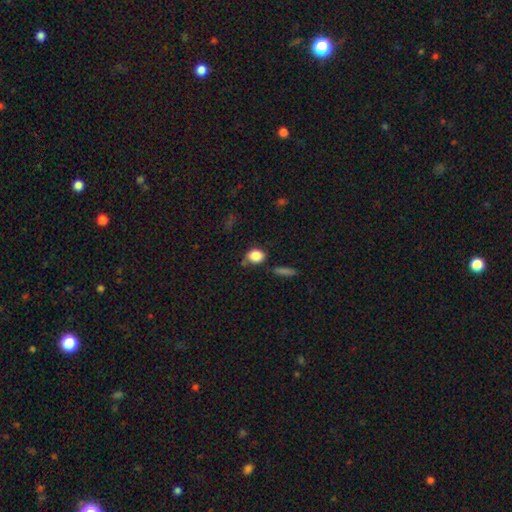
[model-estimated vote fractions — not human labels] This is clearly a smooth galaxy (86%). How rounded: possibly round (53%). Merging: likely none (67%).